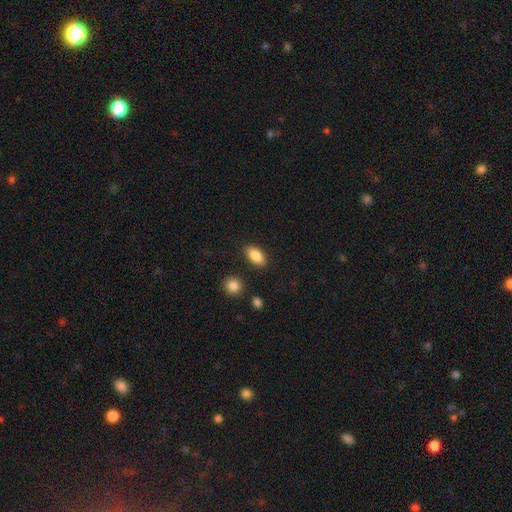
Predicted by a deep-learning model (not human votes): This appears to be a smooth galaxy with no disk features (84%) that is in between round and cigar-shaped (89%). Merging: none (86%).